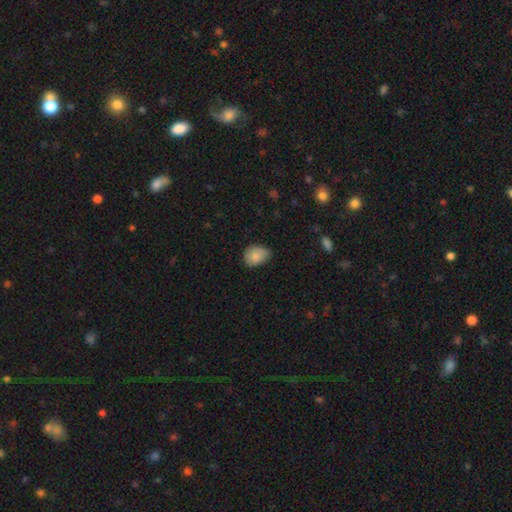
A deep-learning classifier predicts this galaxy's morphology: smooth 84%, featured or disk 8%, star or artifact 8%. Down the decision tree: how rounded — in between (63%); merging — none (55%).